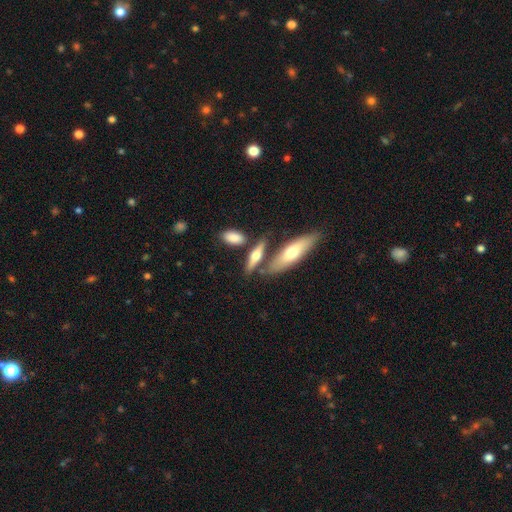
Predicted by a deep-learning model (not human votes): Morphology: type=smooth (60%); roundness=cigar-shaped (50%); merging=none (59%).